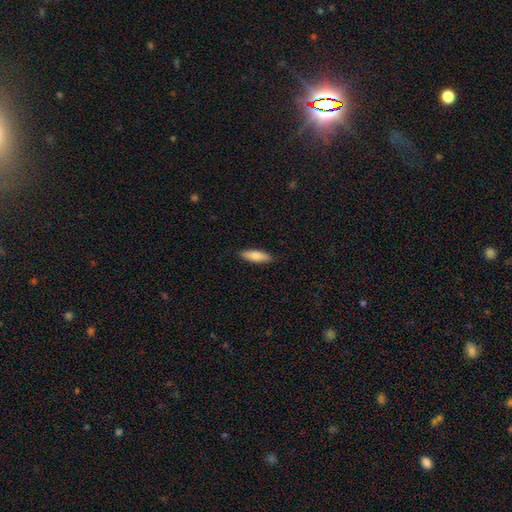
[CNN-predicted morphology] This appears to be a smooth galaxy with no disk features (81%) that is cigar-shaped (49%, tied with in between). Merging: none (88%).